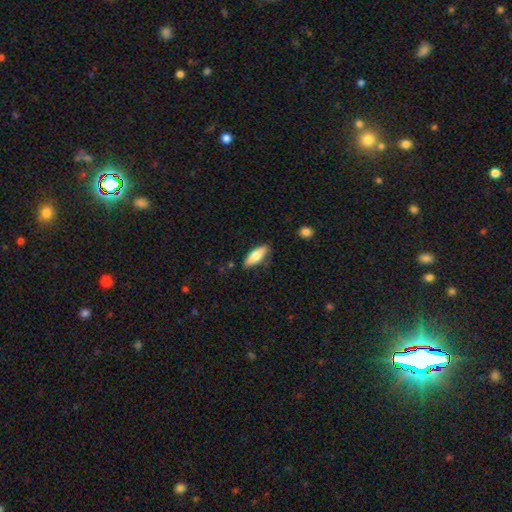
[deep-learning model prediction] smooth 76%, featured or disk 19%, star or artifact 6%. Down the decision tree: how rounded — in between (62%); merging — none (81%).